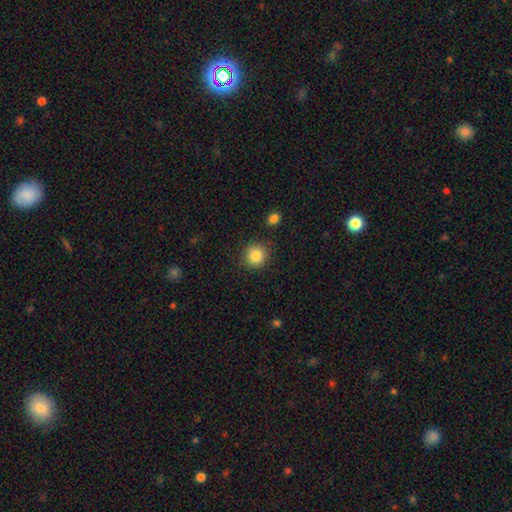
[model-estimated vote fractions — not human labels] Morphology: type=smooth (84%); roundness=round (90%); merging=none (87%).